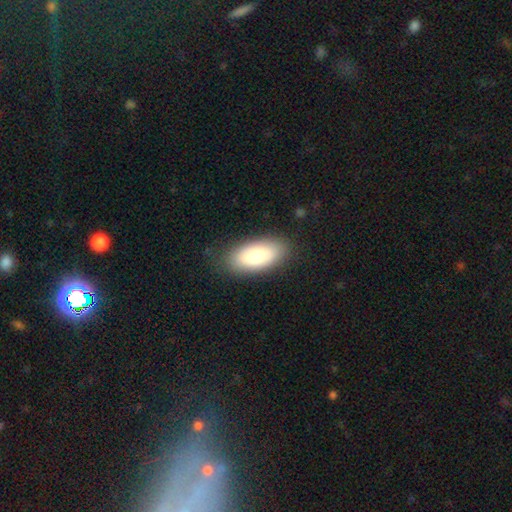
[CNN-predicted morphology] Overall: smooth (83%). How rounded: in between (91%). Merging: none (83%).